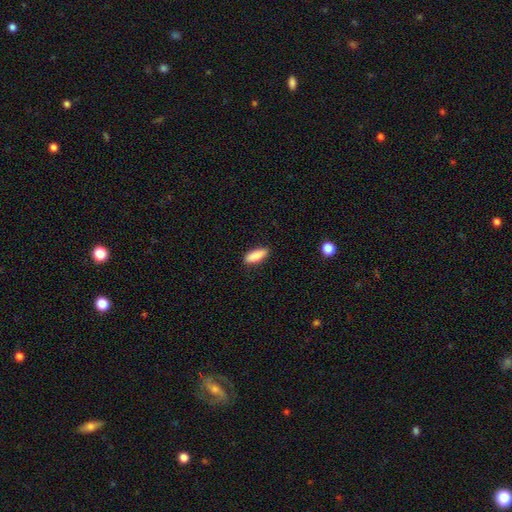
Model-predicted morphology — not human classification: A smooth galaxy with no disk features (87%) that is in between round and cigar-shaped (65%). Merging: none (88%).